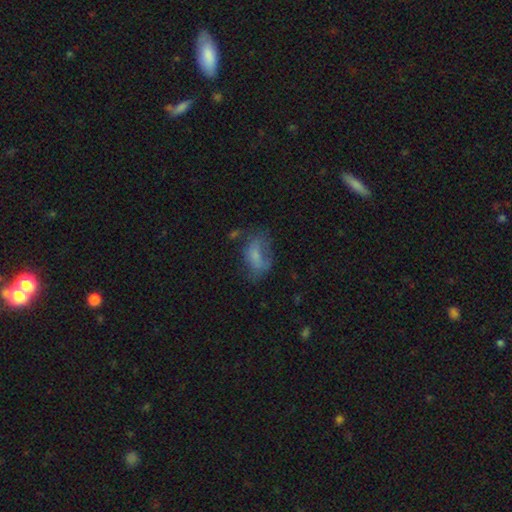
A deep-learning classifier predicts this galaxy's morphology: Smooth or featured: smooth — 57% (featured or disk — 31%)
How rounded: in between — 85% (round — 11%)
Merging: none — 37% (major disturbance — 30%)